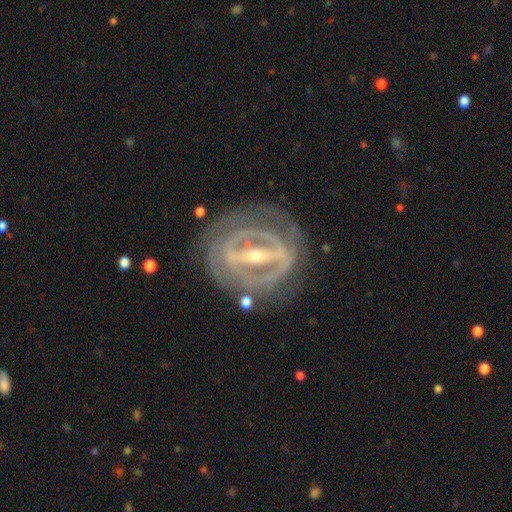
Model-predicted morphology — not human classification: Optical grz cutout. It shows a featured or disk galaxy (89%) with a strong bar (83%), 2 (38%) tight (72%) spiral arms (74%) and a small central bulge (62%). Merging: none (75%).